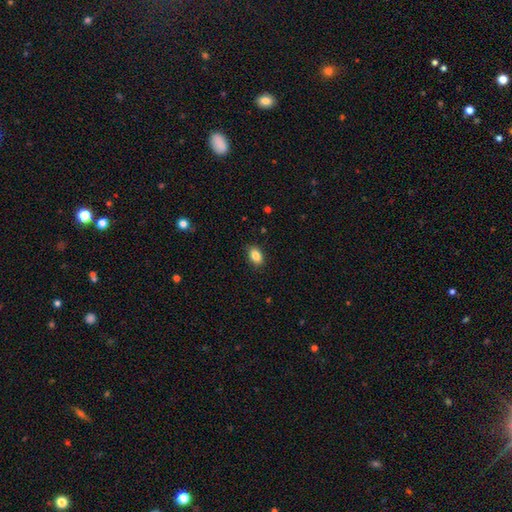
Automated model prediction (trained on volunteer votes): A smooth galaxy with no disk features (85%) that is in between round and cigar-shaped (83%). Merging: none (86%).